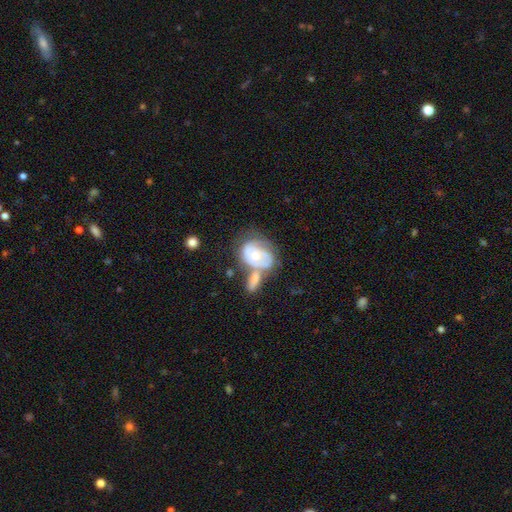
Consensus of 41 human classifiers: This is possibly a featured or disk galaxy (54%). It is clearly not viewed edge-on (91%). Bar: clearly no (95%). Spiral arm pattern: clearly yes (80%). Spiral arm count: marginally 1 (44%). Spiral winding: possibly tight (56%). Central bulge: clearly moderate (80%). Merging: marginally merger (39%).